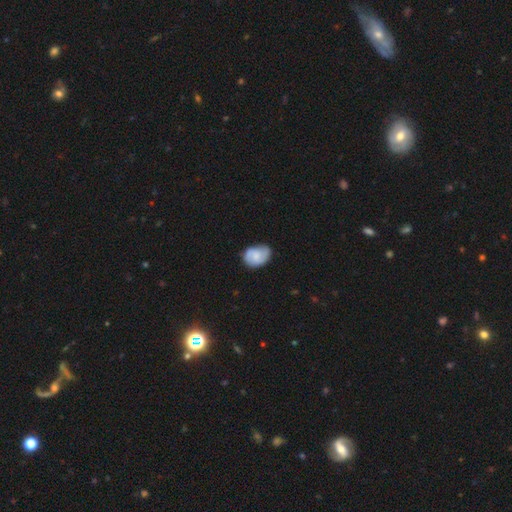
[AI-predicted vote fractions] Q: Smooth or featured?
A: smooth (53%); runner-up: featured or disk (40%)
Q: How rounded?
A: in between (70%); runner-up: round (29%)
Q: Merging?
A: none (67%); runner-up: minor disturbance (26%)